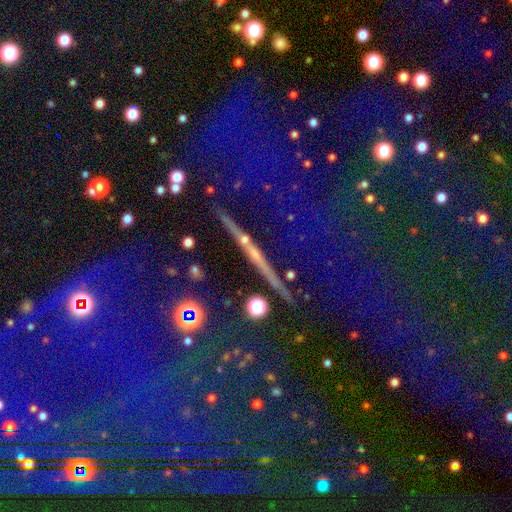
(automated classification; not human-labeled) This appears to be a featured or disk galaxy (46%). Merging: none (87%).